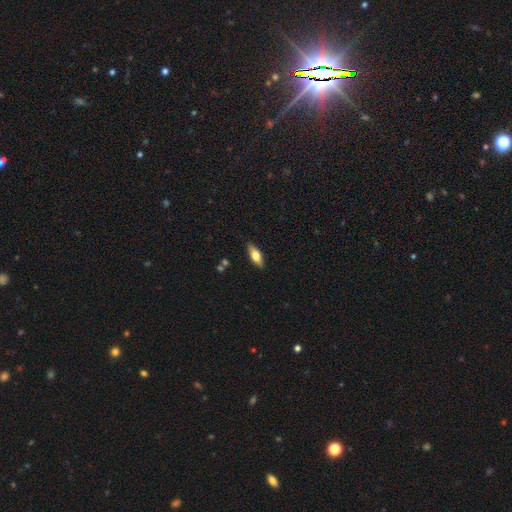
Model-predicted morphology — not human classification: A smooth galaxy with no disk features (65%) that is in between round and cigar-shaped (72%).

Vote fractions:
- Smooth or featured? smooth: 65% / featured or disk: 29% / star or artifact: 6%
- How rounded? in between: 72% / cigar-shaped: 25% / round: 3%
- Merging? none: 85% / minor disturbance: 11% / major disturbance: 2% / merger: 2%